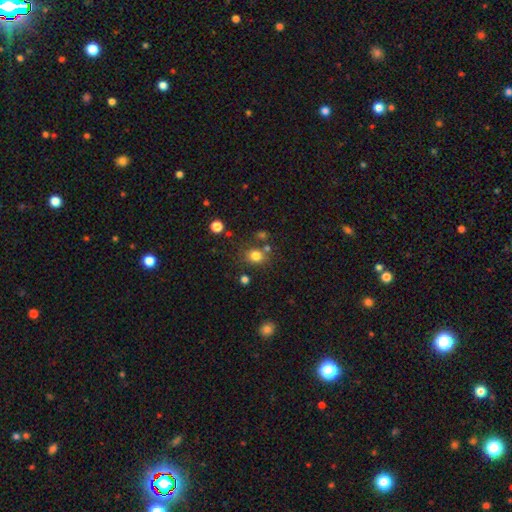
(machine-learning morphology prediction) This appears to be a smooth galaxy with no disk features (80%) that is round (72%). Merging: none (72%).